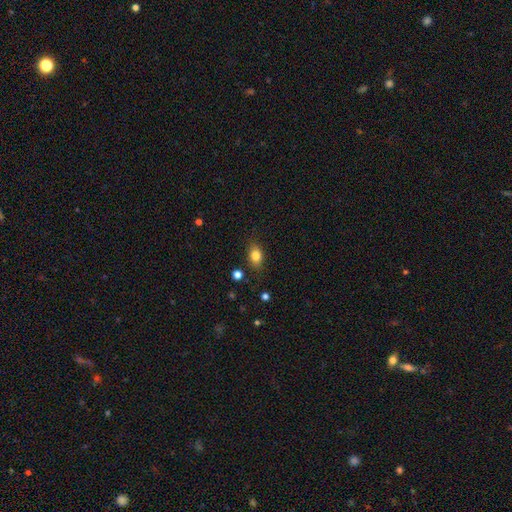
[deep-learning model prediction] smooth_or_featured: smooth (p=0.81) [alt: star or artifact p=0.10]
how_rounded: in between (p=0.73) [alt: round p=0.25]
merging: none (p=0.82) [alt: minor disturbance p=0.13]